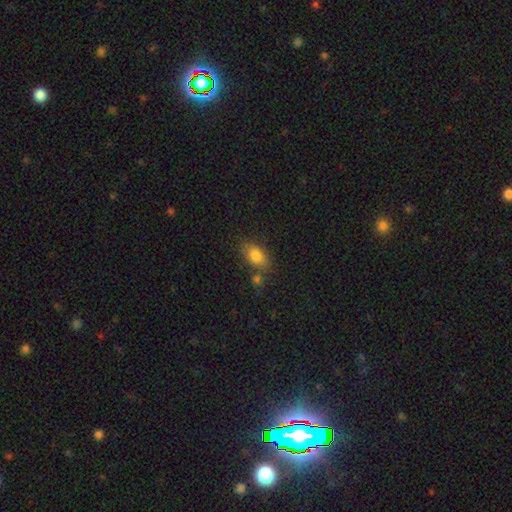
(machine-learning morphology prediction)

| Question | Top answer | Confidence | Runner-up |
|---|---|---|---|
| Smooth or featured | smooth | 82% | featured or disk (9%) |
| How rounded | in between | 86% | round (10%) |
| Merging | none | 66% | minor disturbance (16%) |